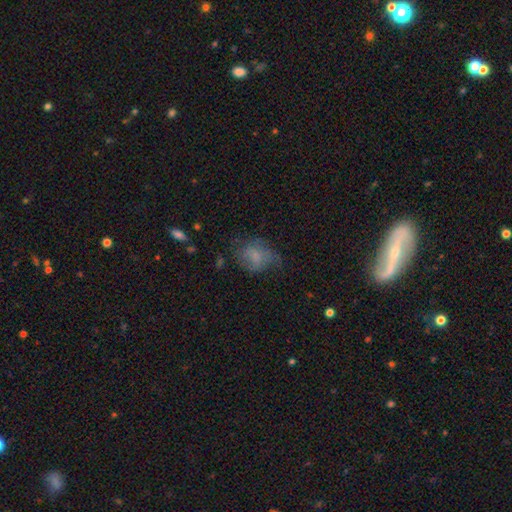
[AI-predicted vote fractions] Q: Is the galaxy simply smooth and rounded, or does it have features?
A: smooth — 63%.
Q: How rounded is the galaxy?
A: in between — 57%.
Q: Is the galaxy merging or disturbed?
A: none — 45%.